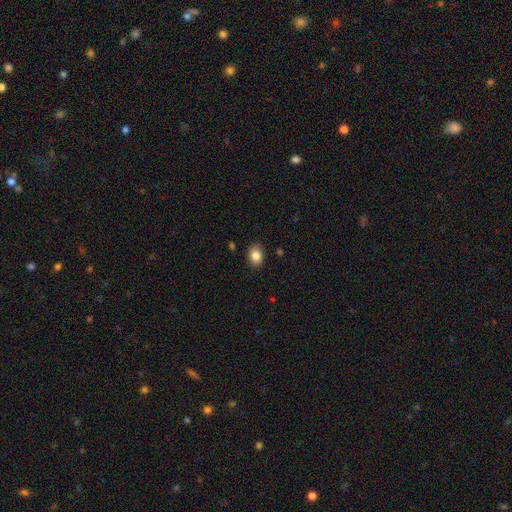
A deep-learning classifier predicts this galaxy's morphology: type=smooth (85%); roundness=in between (72%); merging=none (86%).